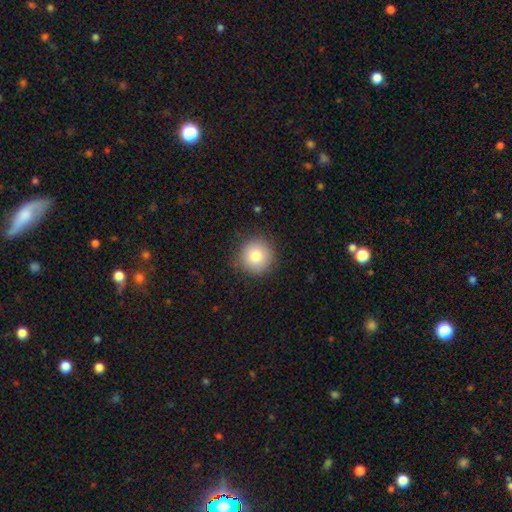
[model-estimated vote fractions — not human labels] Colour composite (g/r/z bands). It shows a smooth galaxy with no disk features (81%) that is round (94%). Merging: none (86%).